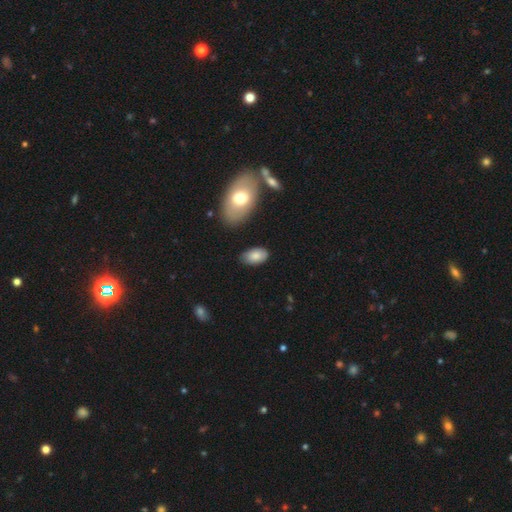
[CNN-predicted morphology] Q: Smooth or featured?
A: smooth (81%); runner-up: featured or disk (13%)
Q: How rounded?
A: in between (94%); runner-up: round (5%)
Q: Merging?
A: none (79%); runner-up: minor disturbance (16%)